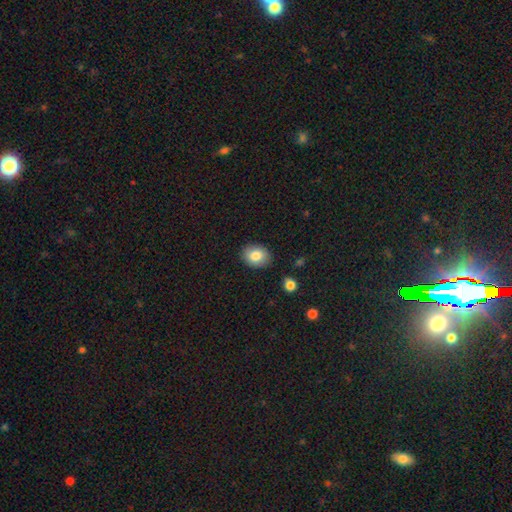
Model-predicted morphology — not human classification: Overall: smooth (83%). How rounded: in between (57%; round 42%). Merging: none (87%).